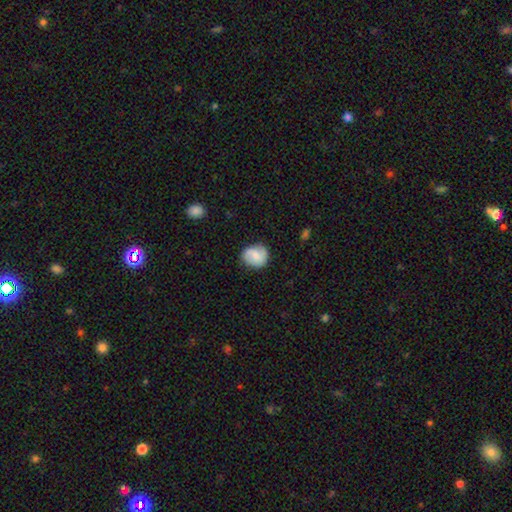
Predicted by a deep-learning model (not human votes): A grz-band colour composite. It shows a smooth galaxy with no disk features (58%) that is round (73%). Merging: none (75%).